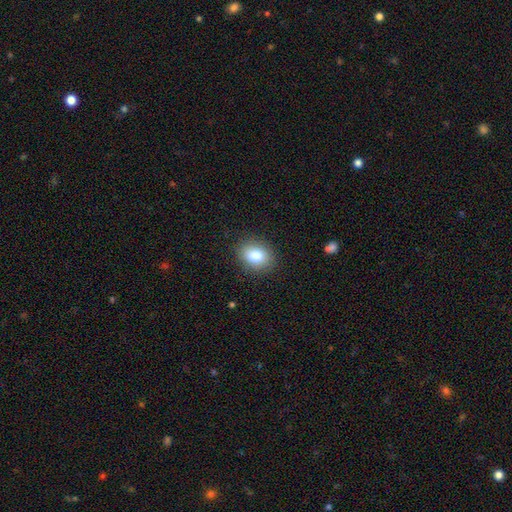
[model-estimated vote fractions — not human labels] smooth-or-featured: smooth: 83% | star or artifact: 9% | featured or disk: 8%
  how-rounded: in between: 60% | round: 39% | cigar-shaped: 1%
  merging: none: 87% | minor disturbance: 9% | major disturbance: 3% | merger: 1%